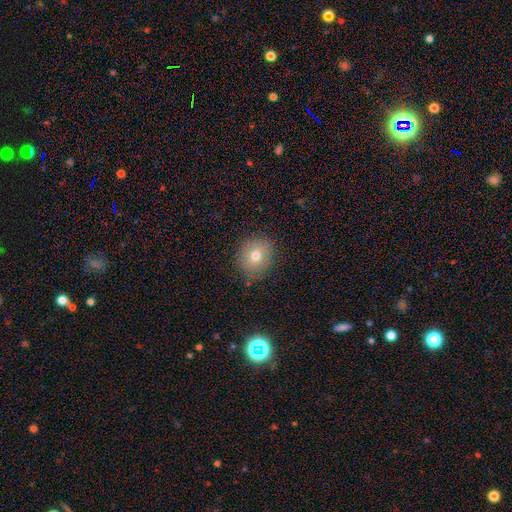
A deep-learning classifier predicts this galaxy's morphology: smooth 72%, star or artifact 14%, featured or disk 14%. Down the decision tree: how rounded — round (79%); merging — none (85%).